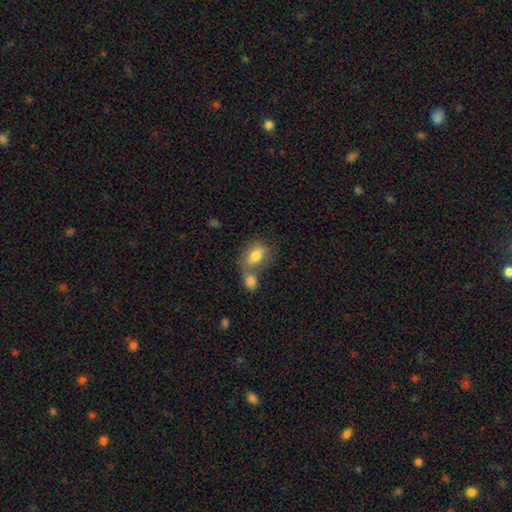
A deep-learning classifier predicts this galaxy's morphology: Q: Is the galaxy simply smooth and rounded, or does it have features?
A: smooth — 79%.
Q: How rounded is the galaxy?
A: in between — 83%.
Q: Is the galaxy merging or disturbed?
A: merger — 51%.